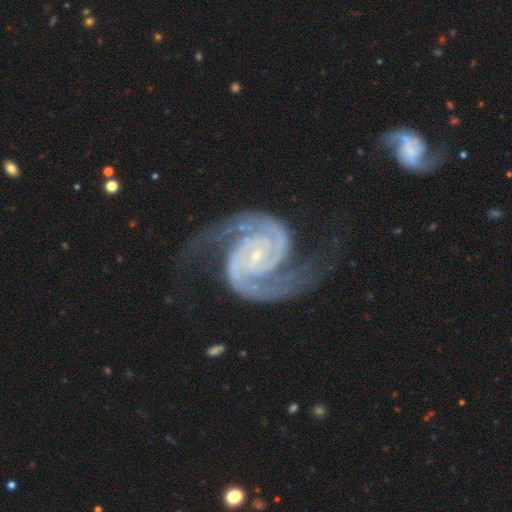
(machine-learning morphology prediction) Q: Smooth or featured?
A: featured or disk (94%); runner-up: star or artifact (4%)
Q: Edge-on disk?
A: no (98%); runner-up: yes (2%)
Q: Bar?
A: no (49%); runner-up: weak (34%)
Q: Spiral arms?
A: yes (99%); runner-up: no (1%)
Q: Spiral winding?
A: medium (46%); tied with: tight (46%)
Q: Spiral arm count?
A: 2 (93%); runner-up: 3 (2%)
Q: Bulge size?
A: small (82%); runner-up: moderate (12%)
Q: Merging?
A: none (72%); runner-up: minor disturbance (16%)